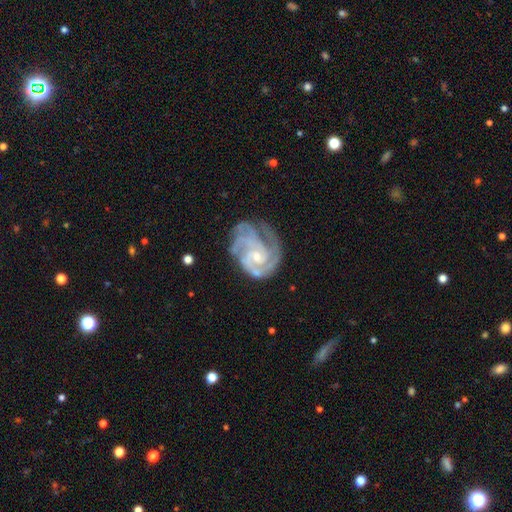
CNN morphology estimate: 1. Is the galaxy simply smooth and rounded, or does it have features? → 89% featured or disk, 6% smooth, 5% star or artifact.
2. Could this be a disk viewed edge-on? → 98% no, 2% yes.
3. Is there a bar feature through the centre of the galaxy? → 63% no, 31% weak, 6% strong.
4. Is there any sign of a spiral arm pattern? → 97% yes, 3% no.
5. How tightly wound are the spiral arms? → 57% tight, 36% medium, 7% loose.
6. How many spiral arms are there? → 40% 3, 20% 2, 15% can't tell, 15% 4, 5% 1, 5% more than 4.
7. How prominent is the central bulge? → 61% small, 32% moderate, 5% none, 2% large, 1% dominant.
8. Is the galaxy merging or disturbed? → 53% none, 25% minor disturbance, 20% major disturbance, 3% merger.